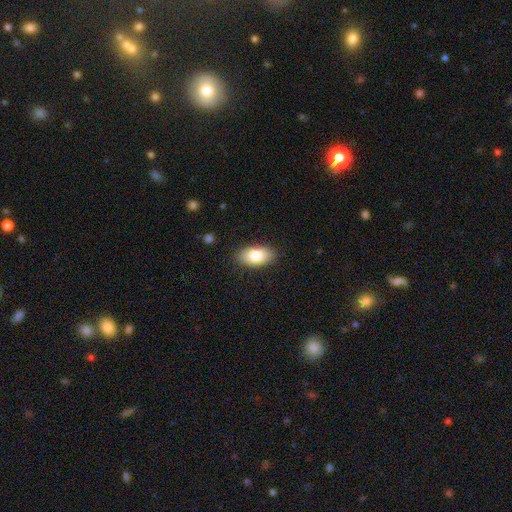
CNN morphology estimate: Smooth or featured? smooth (82%)
How rounded? in between (93%)
Merging? none (86%)